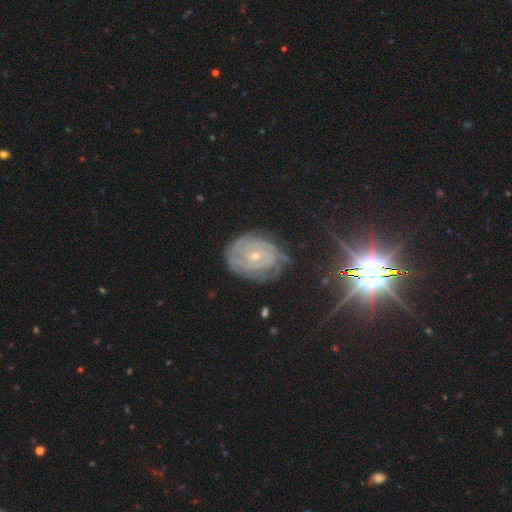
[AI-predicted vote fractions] A featured or disk galaxy (78%) with no bar (69%), tight (80%) spiral arms (93%) and a small central bulge (69%). Merging: none (74%).